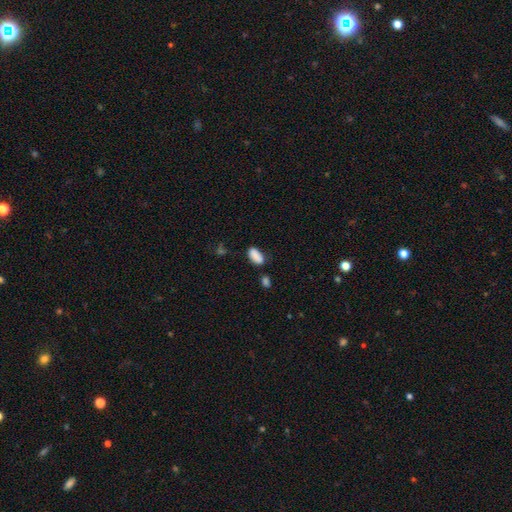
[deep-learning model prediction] smooth-or-featured: smooth: 88% | star or artifact: 8% | featured or disk: 4%
  how-rounded: in between: 90% | cigar-shaped: 7% | round: 3%
  merging: none: 72% | minor disturbance: 17% | merger: 7% | major disturbance: 4%